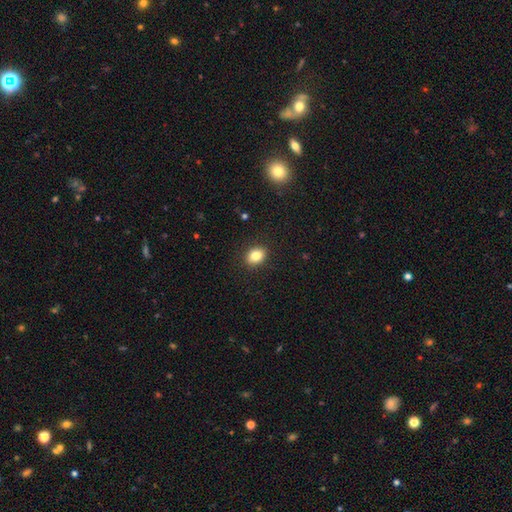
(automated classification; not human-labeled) Q: Smooth or featured?
A: smooth (84%); runner-up: star or artifact (10%)
Q: How rounded?
A: in between (62%); runner-up: round (37%)
Q: Merging?
A: none (89%); runner-up: minor disturbance (8%)